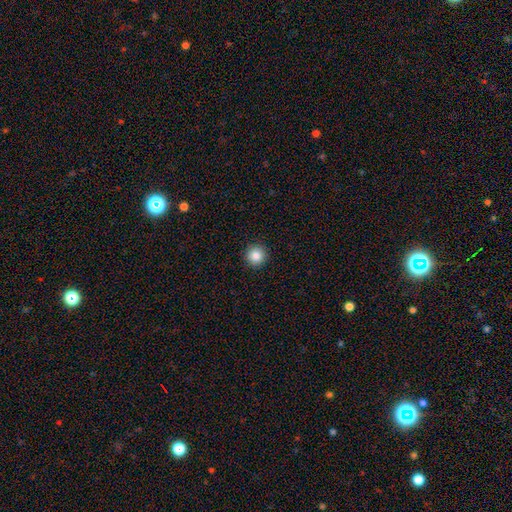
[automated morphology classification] Q: Smooth or featured?
A: smooth (86%); runner-up: star or artifact (10%)
Q: How rounded?
A: round (96%); runner-up: in between (3%)
Q: Merging?
A: none (93%); runner-up: minor disturbance (4%)